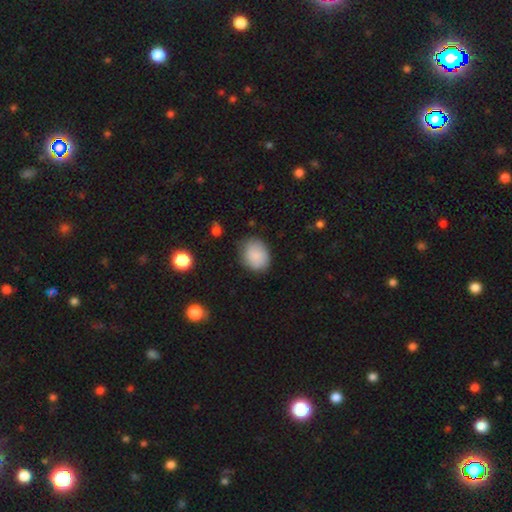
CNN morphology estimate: Q: Smooth or featured?
A: smooth (85%); runner-up: featured or disk (8%)
Q: How rounded?
A: round (50%); runner-up: in between (49%)
Q: Merging?
A: none (75%); runner-up: minor disturbance (19%)